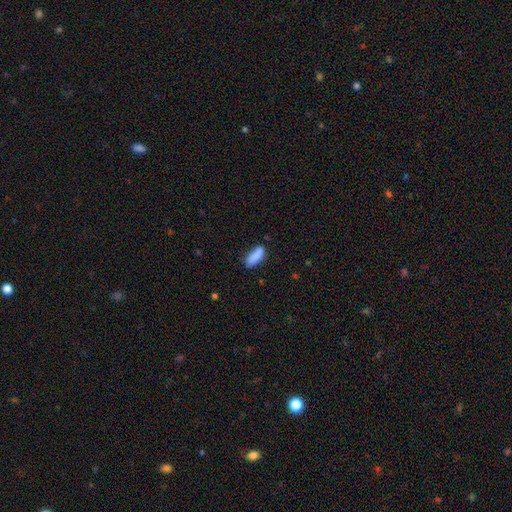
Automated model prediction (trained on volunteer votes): Smooth or featured? Predicted: smooth (p=0.86). How rounded? Predicted: in between (p=0.63). Merging? Predicted: none (p=0.71).